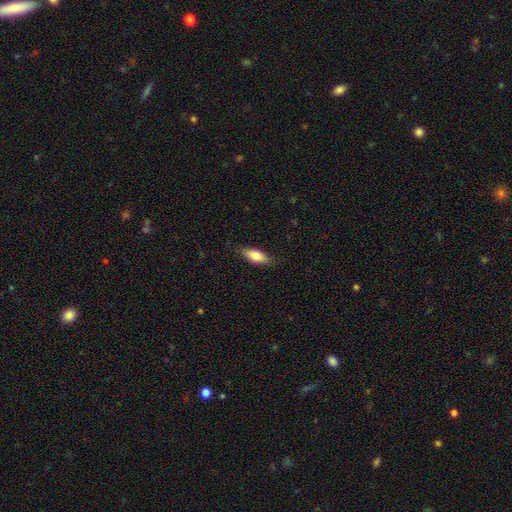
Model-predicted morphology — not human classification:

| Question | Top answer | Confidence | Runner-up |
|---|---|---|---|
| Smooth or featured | smooth | 76% | featured or disk (18%) |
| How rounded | in between | 71% | cigar-shaped (27%) |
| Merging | none | 83% | minor disturbance (14%) |